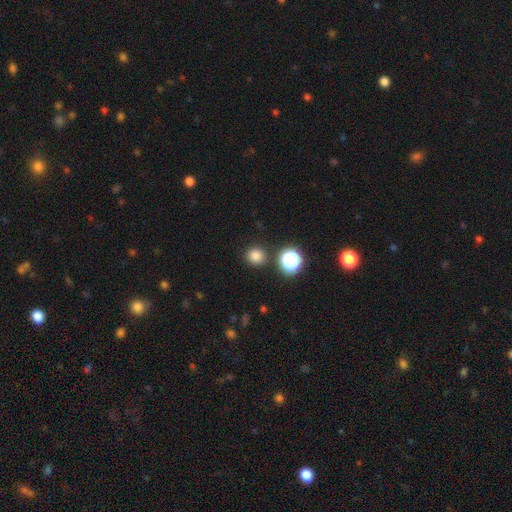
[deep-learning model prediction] This appears to be a smooth galaxy with no disk features (80%) that is round (92%). Merging: none (88%).